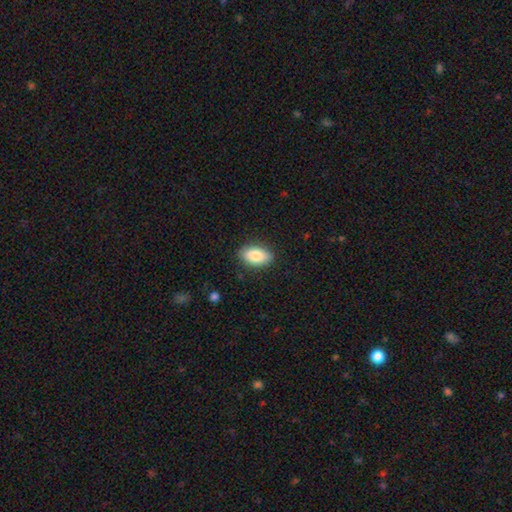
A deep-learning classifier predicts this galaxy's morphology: type=smooth (85%); roundness=in between (91%); merging=none (87%).